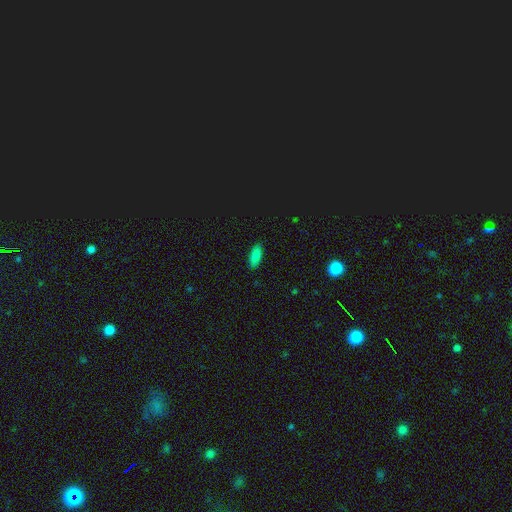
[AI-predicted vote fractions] Morphology: type=smooth (84%); roundness=in between (77%); merging=none (88%).